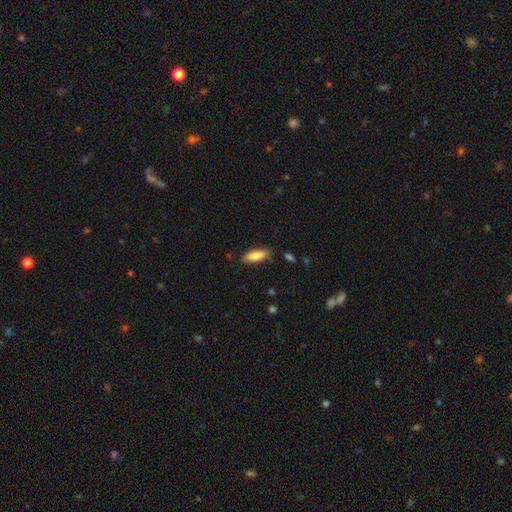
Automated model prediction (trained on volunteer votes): A smooth galaxy with no disk features (78%) that is in between round and cigar-shaped (66%). Merging: none (81%).